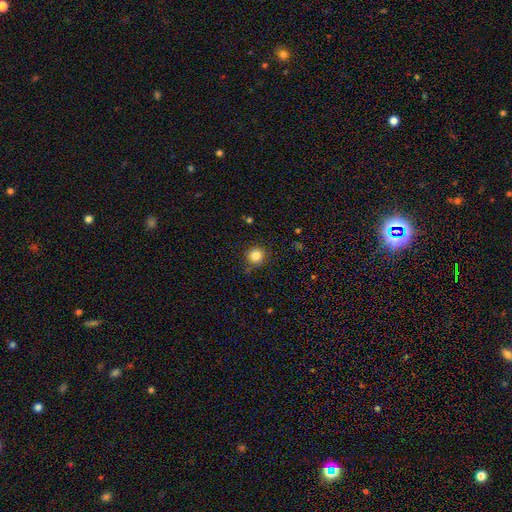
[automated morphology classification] Q: Smooth or featured?
A: smooth (84%); runner-up: star or artifact (12%)
Q: How rounded?
A: round (93%); runner-up: in between (6%)
Q: Merging?
A: none (82%); runner-up: minor disturbance (13%)